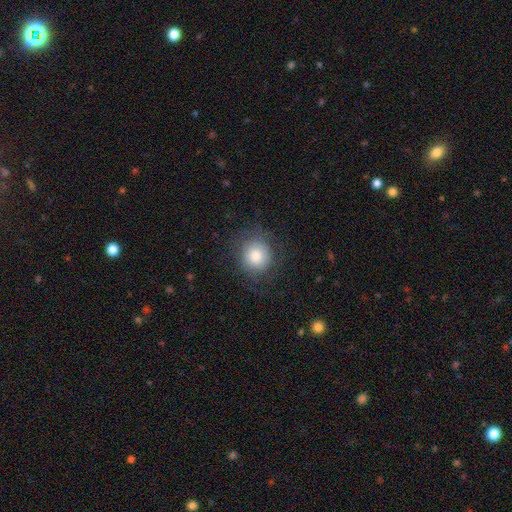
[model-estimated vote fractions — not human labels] Smooth or featured? smooth (68%)
How rounded? round (89%)
Merging? none (76%)